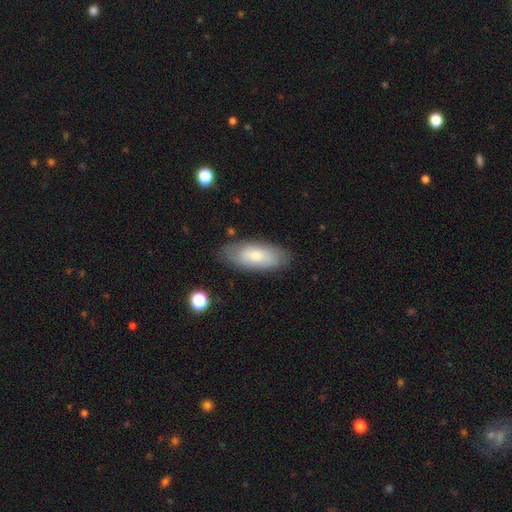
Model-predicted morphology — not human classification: This is likely a smooth galaxy (72%). How rounded: clearly in between (85%). Merging: clearly none (81%).